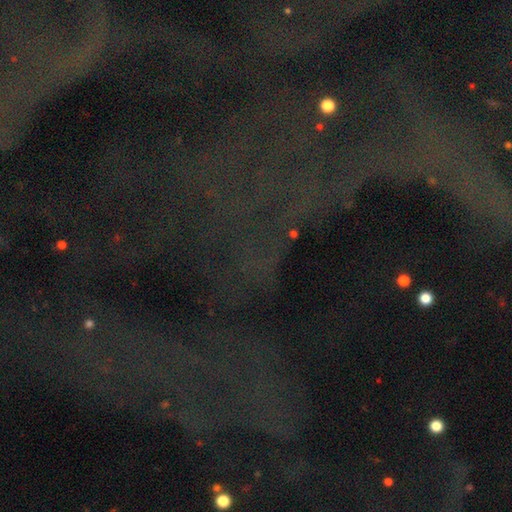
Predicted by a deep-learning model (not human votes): smooth_or_featured: star or artifact (p=0.79) [alt: smooth p=0.11]